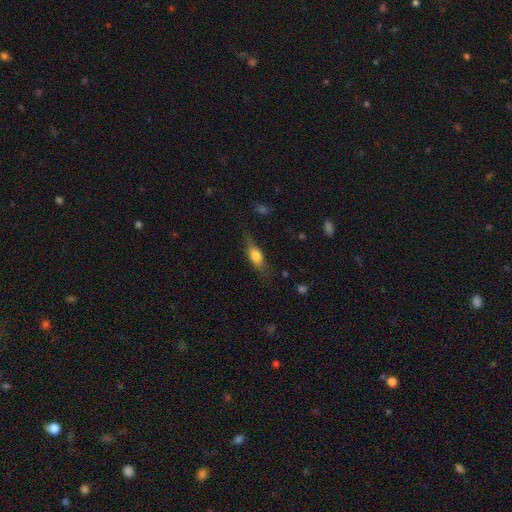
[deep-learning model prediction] A smooth galaxy with no disk features (68%) that is in between round and cigar-shaped (63%). Merging: none (69%).